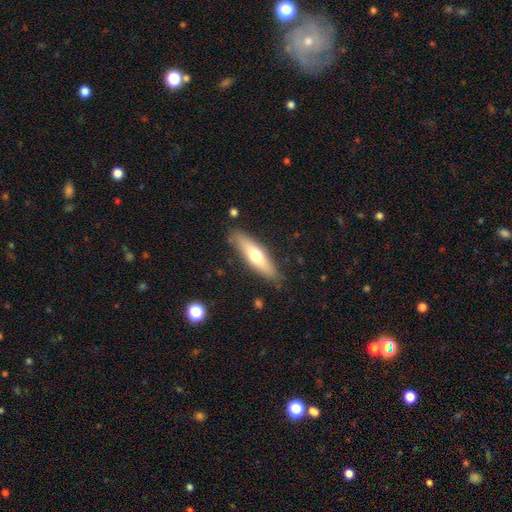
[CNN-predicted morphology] A smooth galaxy with no disk features (58%) that is cigar-shaped (68%). Merging: none (85%).